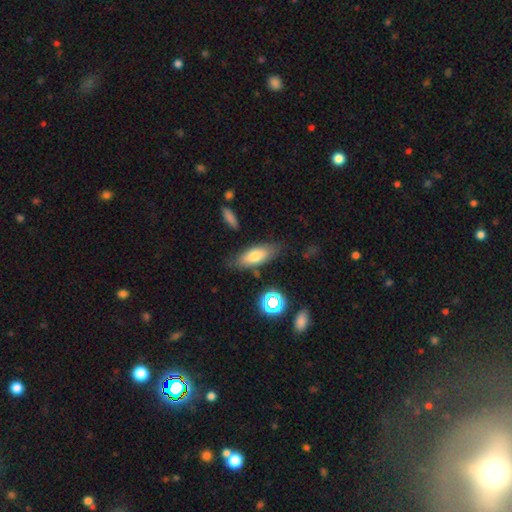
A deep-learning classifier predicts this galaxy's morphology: smooth-or-featured: smooth: 73% | featured or disk: 18% | star or artifact: 9%
  how-rounded: in between: 76% | cigar-shaped: 20% | round: 3%
  merging: none: 74% | minor disturbance: 17% | major disturbance: 5% | merger: 4%